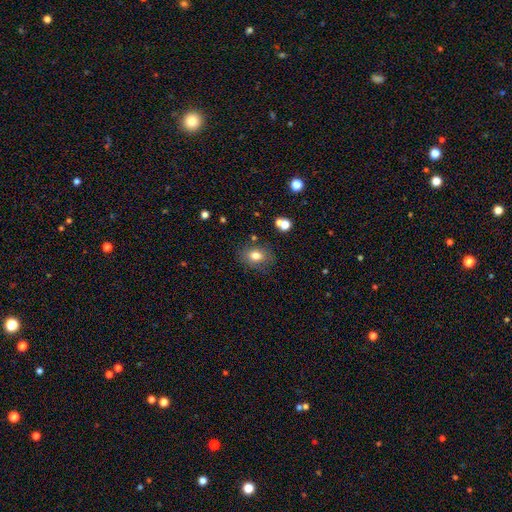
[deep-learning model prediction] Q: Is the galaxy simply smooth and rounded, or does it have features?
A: smooth — 78%.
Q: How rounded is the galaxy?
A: in between — 62%.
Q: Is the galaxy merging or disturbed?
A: none — 79%.